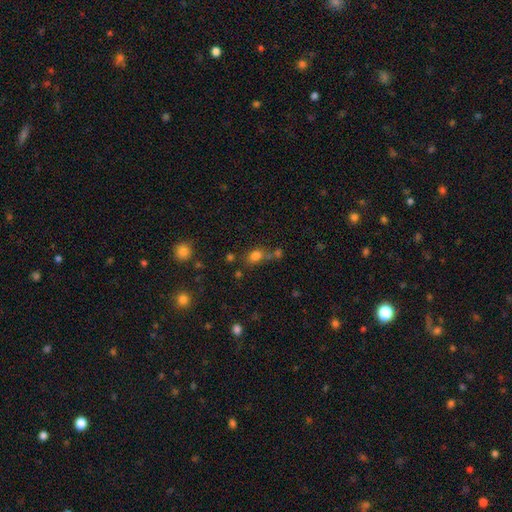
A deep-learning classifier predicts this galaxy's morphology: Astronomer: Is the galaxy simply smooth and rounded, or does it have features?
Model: smooth — 77%.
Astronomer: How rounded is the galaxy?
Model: in between — 52% (runner-up: round, 46%).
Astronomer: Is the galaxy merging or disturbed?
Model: none — 55%.